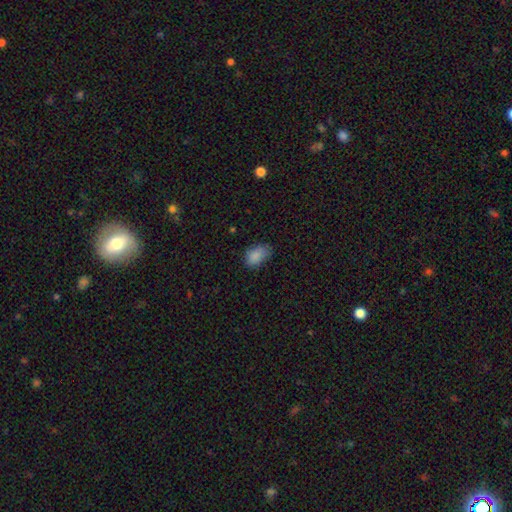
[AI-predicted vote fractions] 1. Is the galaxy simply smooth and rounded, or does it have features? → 85% smooth, 10% star or artifact, 5% featured or disk.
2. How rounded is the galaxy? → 87% in between, 11% round, 1% cigar-shaped.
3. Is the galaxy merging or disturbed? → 61% none, 29% minor disturbance, 8% major disturbance, 2% merger.